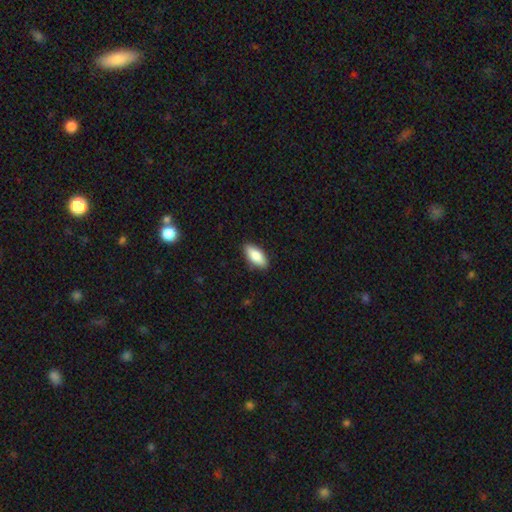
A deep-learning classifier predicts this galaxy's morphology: smooth_or_featured: smooth (p=0.85) [alt: featured or disk p=0.09]
how_rounded: in between (p=0.86) [alt: cigar-shaped p=0.12]
merging: none (p=0.87) [alt: minor disturbance p=0.10]